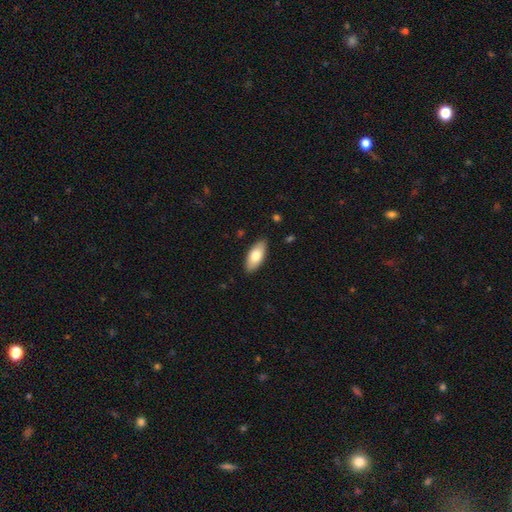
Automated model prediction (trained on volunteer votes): Smooth or featured? smooth (76%)
How rounded? in between (87%)
Merging? none (88%)